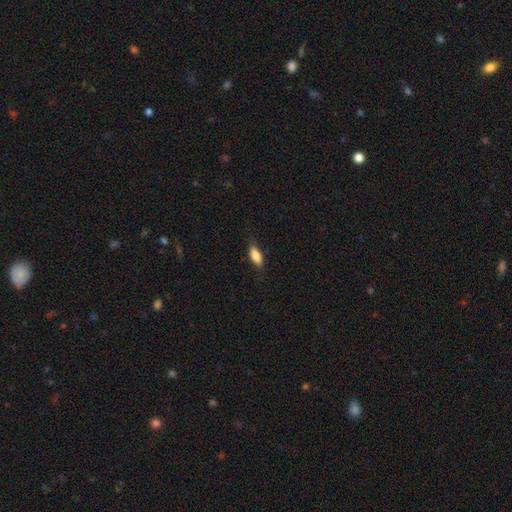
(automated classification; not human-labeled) smooth_or_featured: smooth (p=0.82) [alt: featured or disk p=0.11]
how_rounded: in between (p=0.75) [alt: cigar-shaped p=0.23]
merging: none (p=0.81) [alt: minor disturbance p=0.15]